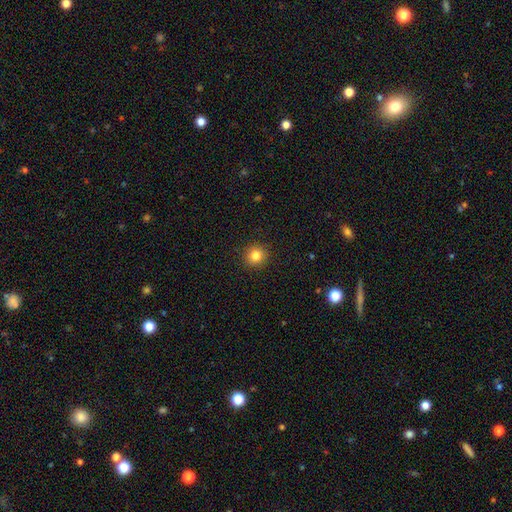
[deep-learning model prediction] Smooth or featured? smooth (83%)
How rounded? round (92%)
Merging? none (92%)